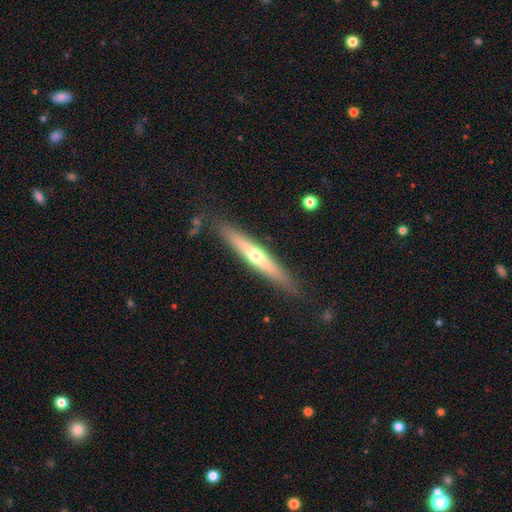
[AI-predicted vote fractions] A featured or disk galaxy (60%) viewed edge-on (95%) with a rounded central bulge (83%).

Vote fractions:
- Smooth or featured? featured or disk: 60% / smooth: 34% / star or artifact: 6%
- Edge-on disk? yes: 95% / no: 5%
- Edge-on bulge? rounded: 83% / none: 14% / boxy: 3%
- Merging? none: 87% / minor disturbance: 10% / major disturbance: 2% / merger: 2%